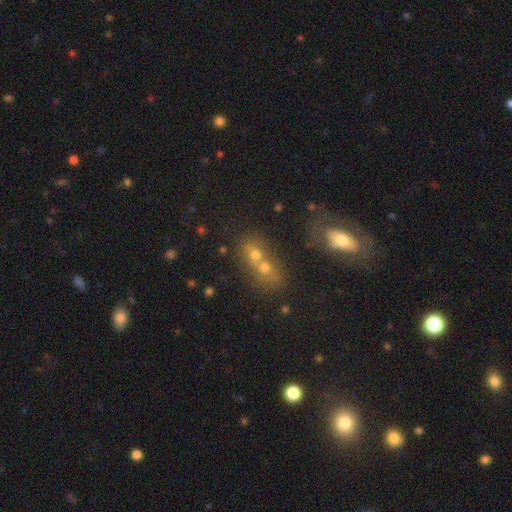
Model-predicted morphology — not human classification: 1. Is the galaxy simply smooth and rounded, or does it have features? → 57% smooth, 23% featured or disk, 20% star or artifact.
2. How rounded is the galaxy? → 56% round, 41% in between, 3% cigar-shaped.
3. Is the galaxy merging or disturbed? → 68% merger, 22% none, 6% minor disturbance, 4% major disturbance.